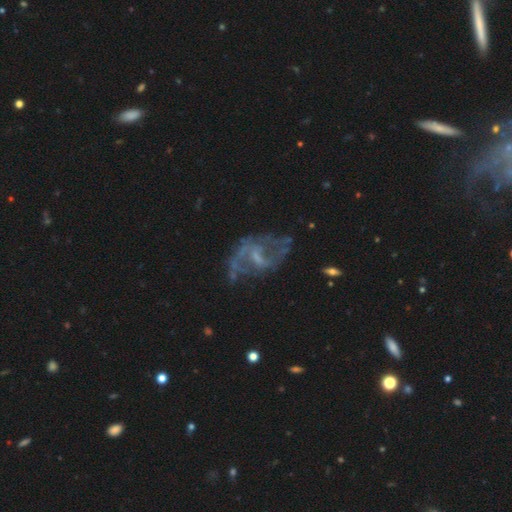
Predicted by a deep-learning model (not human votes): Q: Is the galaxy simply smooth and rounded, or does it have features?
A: featured or disk — 81%.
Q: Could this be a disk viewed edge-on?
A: no — 97%.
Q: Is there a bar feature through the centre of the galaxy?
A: weak — 54%.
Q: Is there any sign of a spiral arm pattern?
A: yes — 81%.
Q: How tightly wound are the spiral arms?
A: loose — 50%.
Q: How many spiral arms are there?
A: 2 — 71%.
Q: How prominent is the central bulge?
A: small — 41%.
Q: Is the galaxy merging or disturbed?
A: none — 53%.